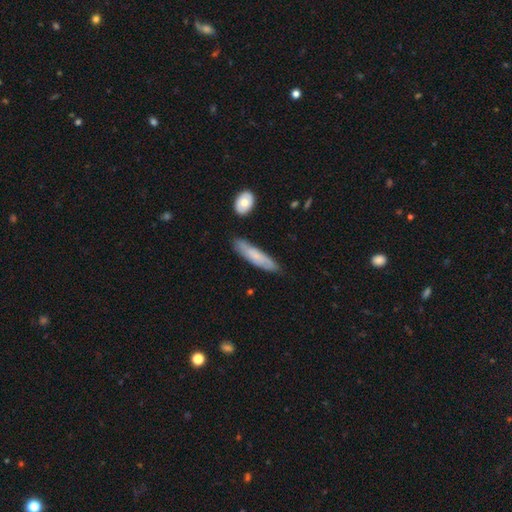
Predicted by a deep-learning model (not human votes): smooth-or-featured: smooth: 61% | featured or disk: 33% | star or artifact: 6%
  how-rounded: cigar-shaped: 74% | in between: 24% | round: 2%
  merging: none: 77% | minor disturbance: 17% | major disturbance: 3% | merger: 3%